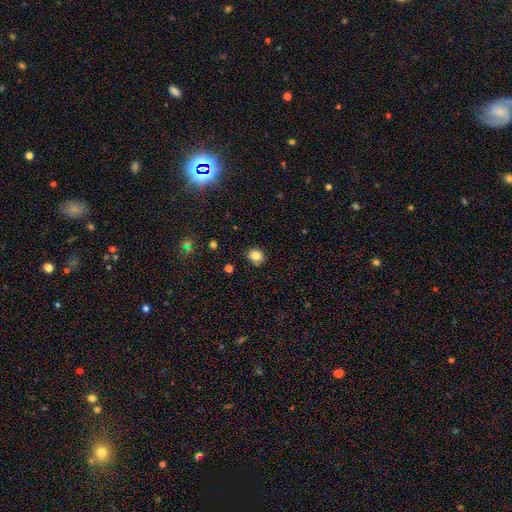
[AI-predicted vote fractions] Smooth or featured? Predicted: smooth (p=0.82). How rounded? Predicted: round (p=0.76). Merging? Predicted: none (p=0.88).